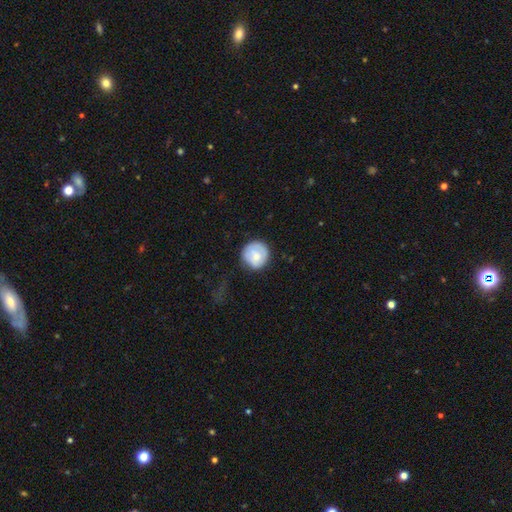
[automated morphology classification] Q: Smooth or featured?
A: smooth (65%); runner-up: featured or disk (28%)
Q: How rounded?
A: round (92%); runner-up: in between (7%)
Q: Merging?
A: none (73%); runner-up: minor disturbance (19%)